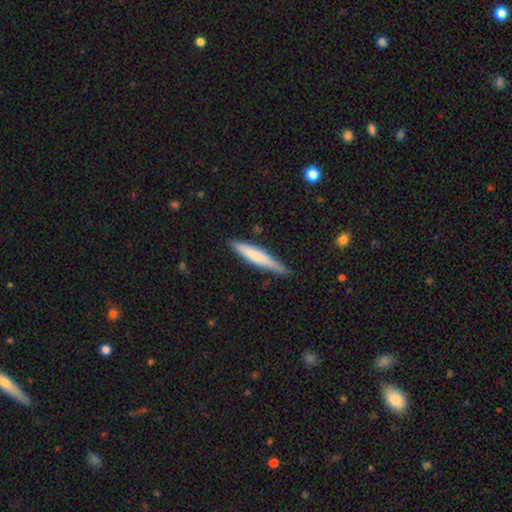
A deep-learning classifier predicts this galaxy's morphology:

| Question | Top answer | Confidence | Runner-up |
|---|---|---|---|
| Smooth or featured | smooth | 66% | featured or disk (28%) |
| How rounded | cigar-shaped | 92% | in between (7%) |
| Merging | none | 84% | minor disturbance (13%) |